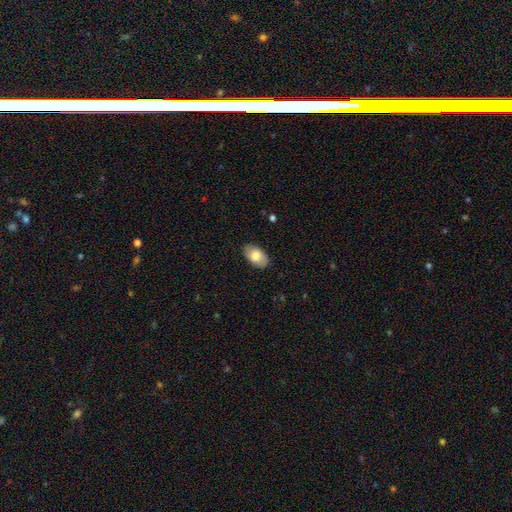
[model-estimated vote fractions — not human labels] smooth-or-featured: smooth: 77% | featured or disk: 17% | star or artifact: 6%
  how-rounded: in between: 94% | round: 5% | cigar-shaped: 1%
  merging: none: 86% | minor disturbance: 11% | major disturbance: 2% | merger: 1%